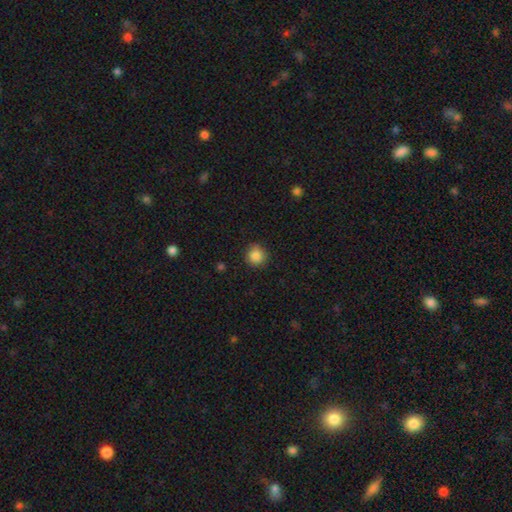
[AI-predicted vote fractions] Smooth or featured? Predicted: smooth (p=0.86). How rounded? Predicted: round (p=0.92). Merging? Predicted: none (p=0.87).